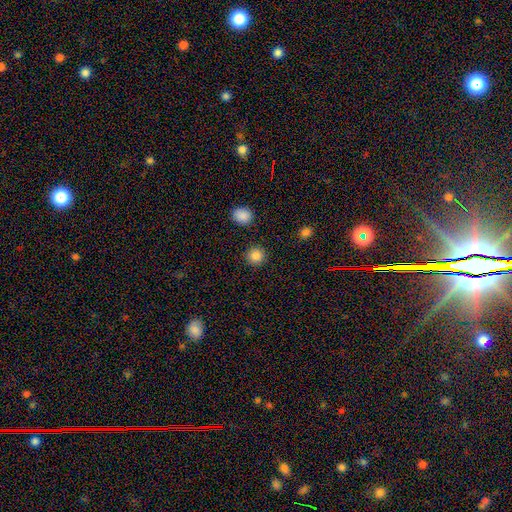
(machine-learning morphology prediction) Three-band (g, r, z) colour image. It shows a smooth galaxy with no disk features (86%) that is round (94%). Merging: none (91%).